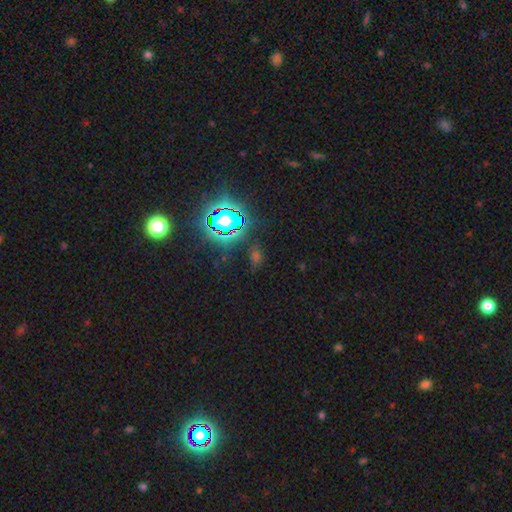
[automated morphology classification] A star or artifact, not a galaxy (64%).

Vote fractions:
- Smooth or featured? star or artifact: 64% / smooth: 27% / featured or disk: 9%